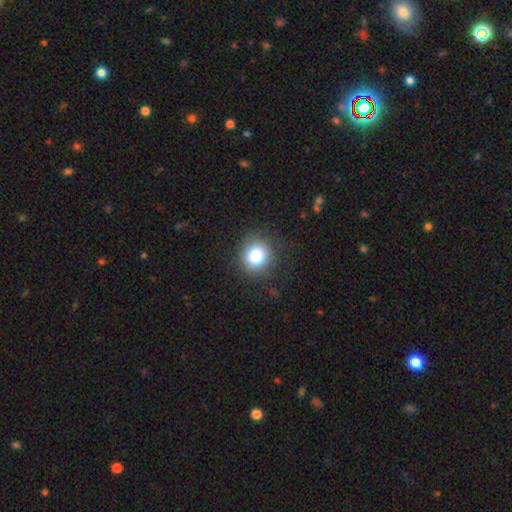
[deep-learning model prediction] A smooth galaxy with no disk features (80%) that is round (91%).

Vote fractions:
- Smooth or featured? smooth: 80% / star or artifact: 12% / featured or disk: 8%
- How rounded? round: 91% / in between: 9% / cigar-shaped: 1%
- Merging? none: 88% / minor disturbance: 7% / major disturbance: 3% / merger: 1%